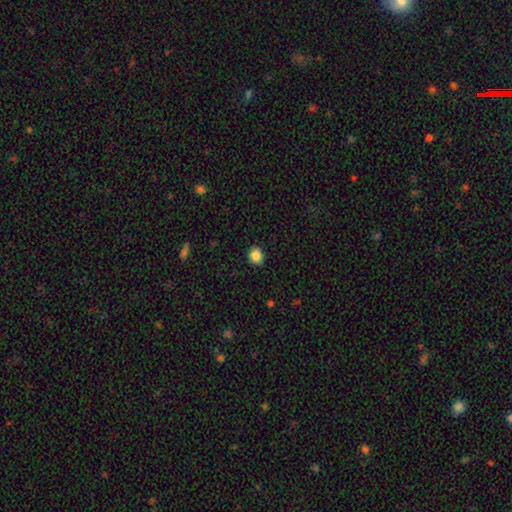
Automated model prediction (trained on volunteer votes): This is clearly a smooth galaxy (86%). How rounded: likely round (70%). Merging: clearly none (91%).